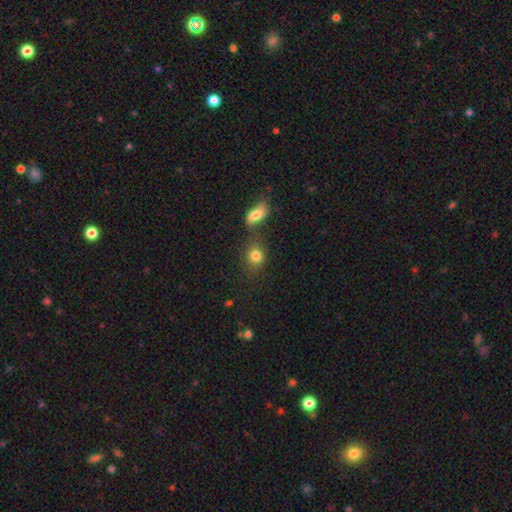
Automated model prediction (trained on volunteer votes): This appears to be a smooth galaxy with no disk features (81%) that is round (57%). Merging: none (54%).